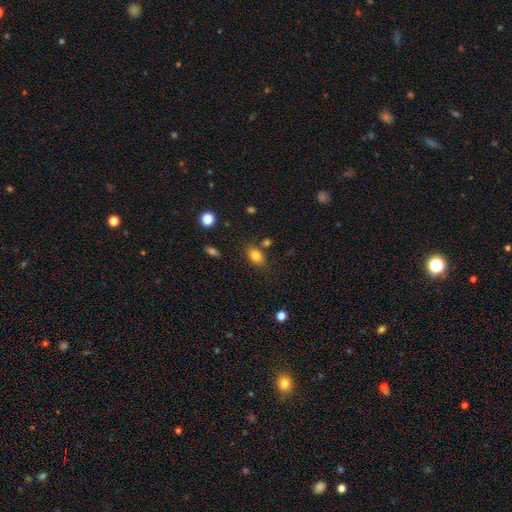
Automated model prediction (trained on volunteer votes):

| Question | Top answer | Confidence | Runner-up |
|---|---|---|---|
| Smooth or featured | smooth | 81% | star or artifact (10%) |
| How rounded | in between | 77% | round (20%) |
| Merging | none | 76% | minor disturbance (14%) |